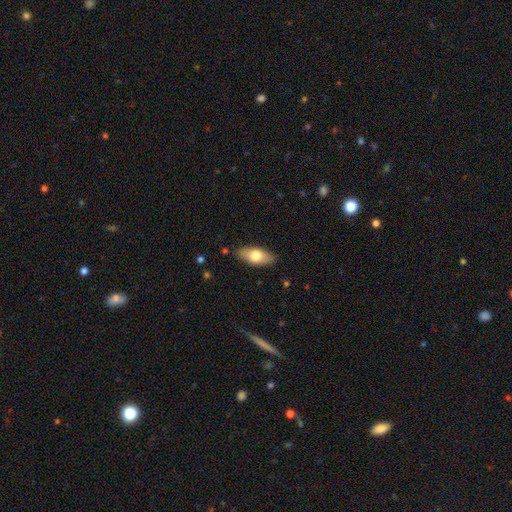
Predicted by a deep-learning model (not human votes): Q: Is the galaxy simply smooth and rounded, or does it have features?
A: smooth — 69%.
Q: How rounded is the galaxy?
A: in between — 84%.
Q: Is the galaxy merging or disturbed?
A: none — 85%.